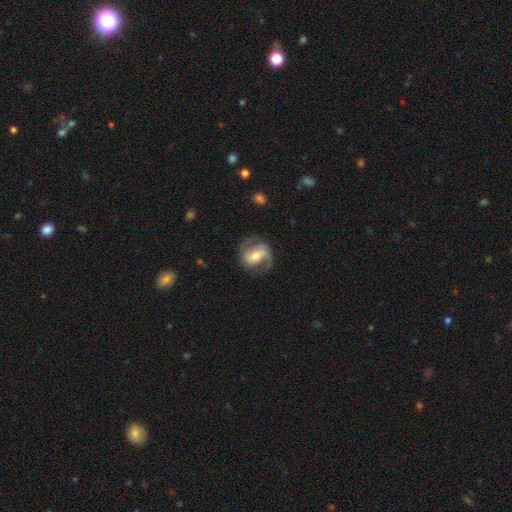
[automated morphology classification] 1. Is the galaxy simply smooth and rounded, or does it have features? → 81% featured or disk, 13% smooth, 6% star or artifact.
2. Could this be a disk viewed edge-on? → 97% no, 3% yes.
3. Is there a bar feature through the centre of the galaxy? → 42% weak, 29% no, 28% strong.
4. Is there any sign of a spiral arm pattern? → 94% yes, 6% no.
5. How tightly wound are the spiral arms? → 50% medium, 26% loose, 24% tight.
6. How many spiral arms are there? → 84% 2, 5% 1, 5% can't tell, 3% 3, 1% 4, 1% more than 4.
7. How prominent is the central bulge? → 66% moderate, 26% small, 6% large, 1% none, 1% dominant.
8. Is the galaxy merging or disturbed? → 74% none, 16% minor disturbance, 9% major disturbance, 1% merger.